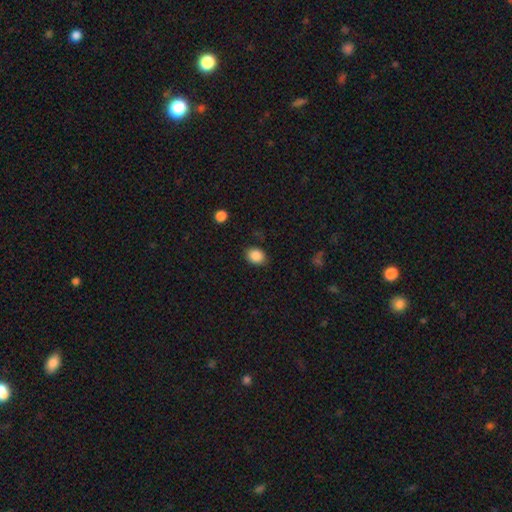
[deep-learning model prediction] smooth-or-featured: smooth: 88% | star or artifact: 9% | featured or disk: 4%
  how-rounded: in between: 56% | round: 44% | cigar-shaped: 1%
  merging: none: 84% | minor disturbance: 11% | major disturbance: 3% | merger: 2%